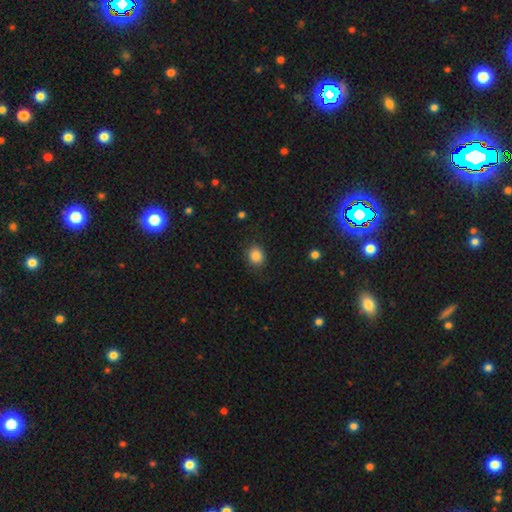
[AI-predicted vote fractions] Smooth or featured? Predicted: smooth (p=0.85). How rounded? Predicted: round (p=0.72). Merging? Predicted: none (p=0.83).